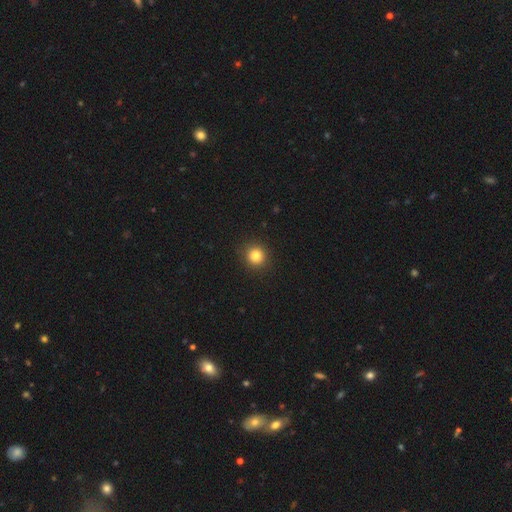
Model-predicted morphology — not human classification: smooth 82%, star or artifact 12%, featured or disk 6%. Down the decision tree: how rounded — round (92%); merging — none (91%).